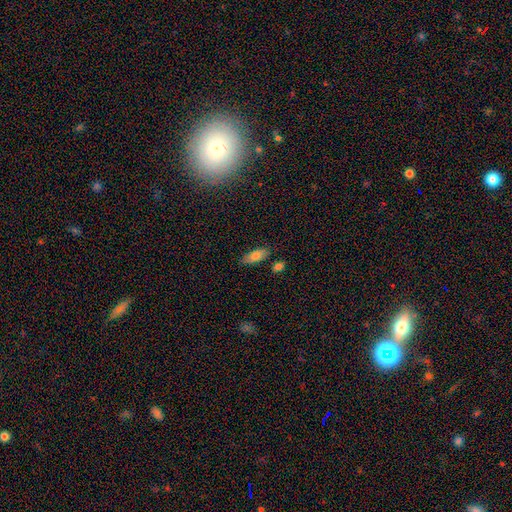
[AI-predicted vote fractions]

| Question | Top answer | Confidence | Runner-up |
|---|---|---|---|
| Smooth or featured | smooth | 79% | featured or disk (13%) |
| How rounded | in between | 80% | cigar-shaped (17%) |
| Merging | none | 78% | minor disturbance (14%) |